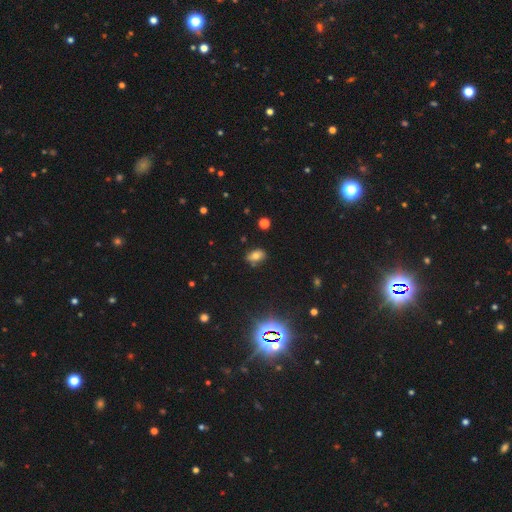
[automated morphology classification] Q: Smooth or featured?
A: smooth (64%); runner-up: star or artifact (22%)
Q: How rounded?
A: in between (83%); runner-up: round (14%)
Q: Merging?
A: none (78%); runner-up: minor disturbance (16%)